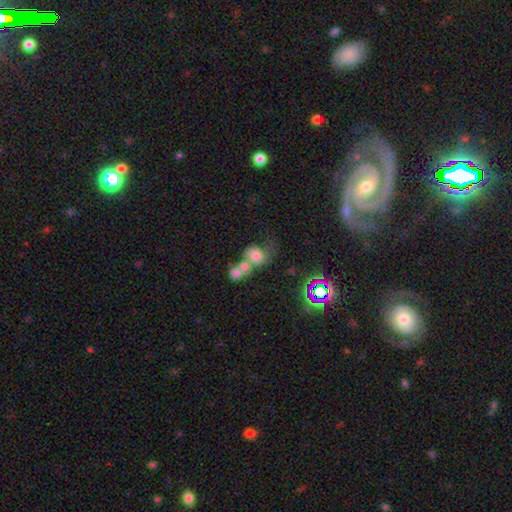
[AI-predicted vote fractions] Morphology: type=smooth (65%); roundness=round (61%); merging=merger (61%).